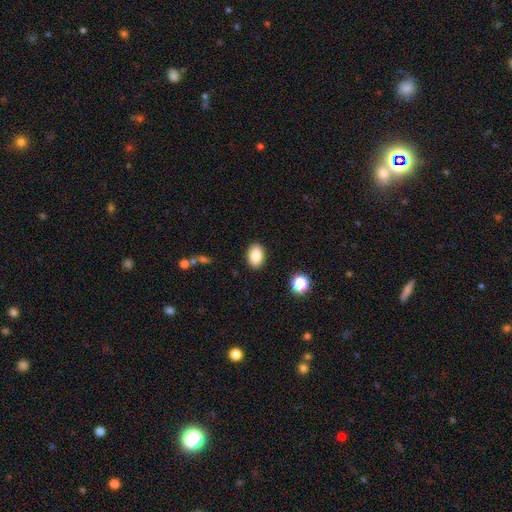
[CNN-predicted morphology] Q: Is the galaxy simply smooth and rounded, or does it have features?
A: smooth — 85%.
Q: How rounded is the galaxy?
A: in between — 82%.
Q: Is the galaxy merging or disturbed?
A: none — 89%.